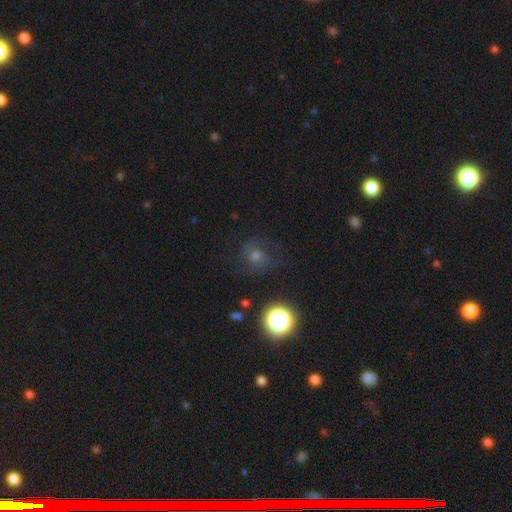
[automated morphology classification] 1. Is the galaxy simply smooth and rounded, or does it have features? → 37% featured or disk, 33% smooth, 30% star or artifact.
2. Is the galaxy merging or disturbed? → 69% none, 17% minor disturbance, 13% major disturbance, 2% merger.